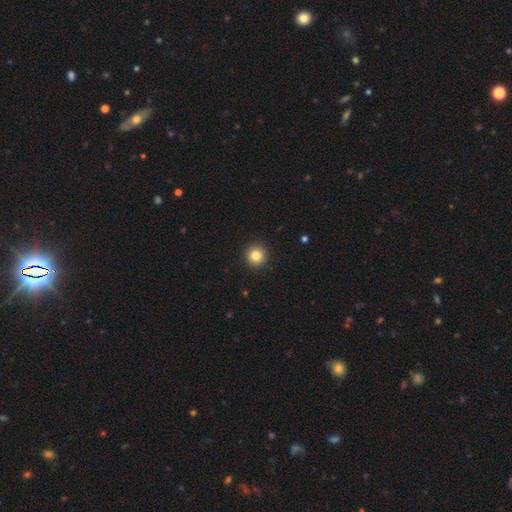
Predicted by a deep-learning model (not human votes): This is clearly a smooth galaxy (83%). How rounded: clearly round (95%). Merging: clearly none (93%).